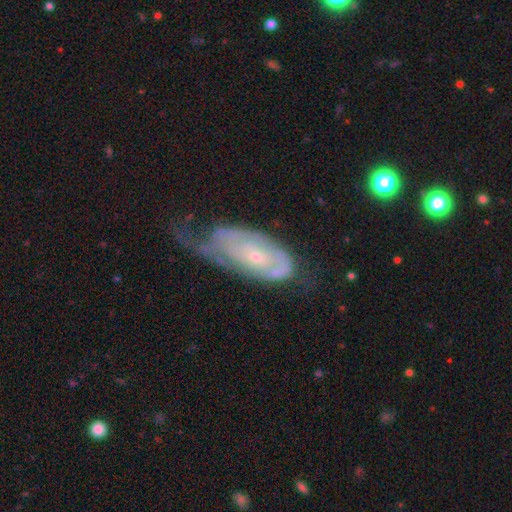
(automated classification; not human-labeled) smooth_or_featured: featured or disk (p=0.72) [alt: smooth p=0.21]
disk_edge_on: no (p=0.91) [alt: yes p=0.09]
bar: no (p=0.74) [alt: weak p=0.21]
has_spiral_arms: yes (p=0.79) [alt: no p=0.21]
spiral_winding: tight (p=0.61) [alt: medium p=0.27]
spiral_arm_count: can't tell (p=0.48) [alt: 2 p=0.29]
bulge_size: small (p=0.72) [alt: moderate p=0.24]
merging: major disturbance (p=0.35) [alt: minor disturbance p=0.33]